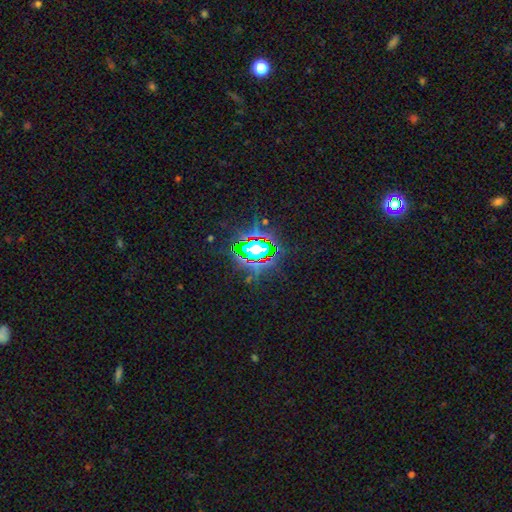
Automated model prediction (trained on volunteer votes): Smooth or featured?
  - star or artifact: 75% *
  - smooth: 14%
  - featured or disk: 11%